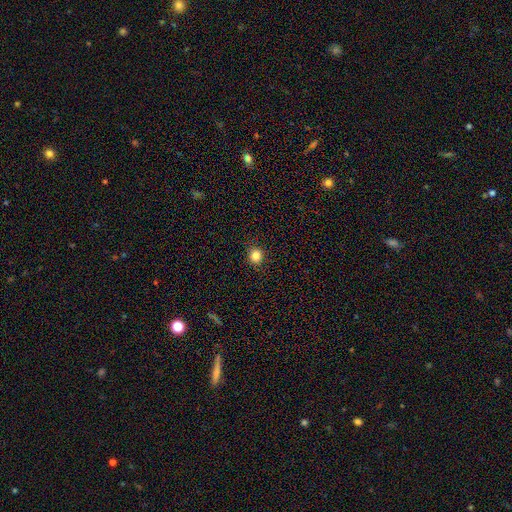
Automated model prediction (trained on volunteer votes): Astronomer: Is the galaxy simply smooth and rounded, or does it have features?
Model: smooth — 84%.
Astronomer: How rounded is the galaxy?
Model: round — 86%.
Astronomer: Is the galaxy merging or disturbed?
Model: none — 90%.